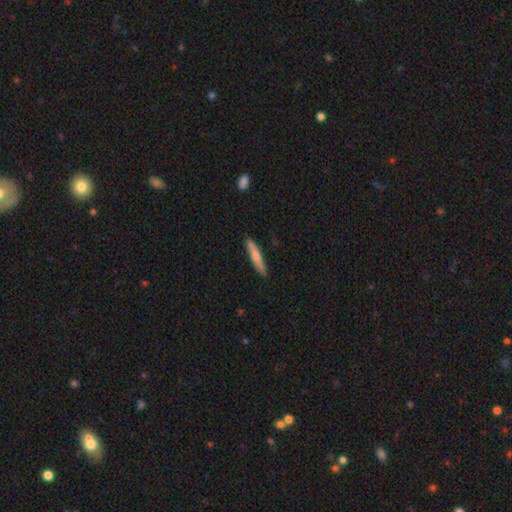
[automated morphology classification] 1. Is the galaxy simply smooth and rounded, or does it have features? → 68% smooth, 26% featured or disk, 6% star or artifact.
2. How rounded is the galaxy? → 92% cigar-shaped, 6% in between, 1% round.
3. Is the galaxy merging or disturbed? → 87% none, 10% minor disturbance, 2% major disturbance, 1% merger.